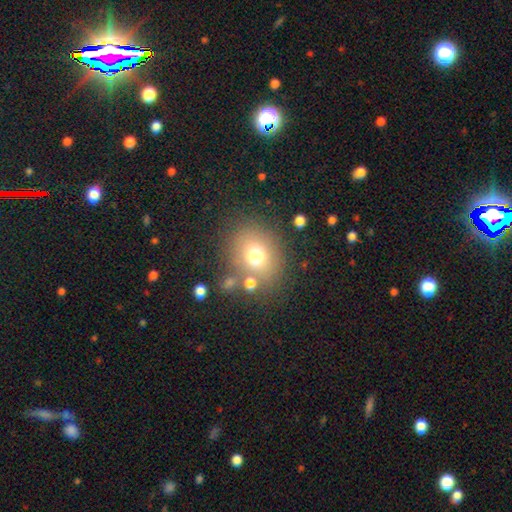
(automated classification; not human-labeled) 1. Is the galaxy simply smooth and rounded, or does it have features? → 70% smooth, 15% star or artifact, 14% featured or disk.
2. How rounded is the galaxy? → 70% round, 29% in between, 1% cigar-shaped.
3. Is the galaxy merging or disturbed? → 73% none, 12% minor disturbance, 9% merger, 6% major disturbance.